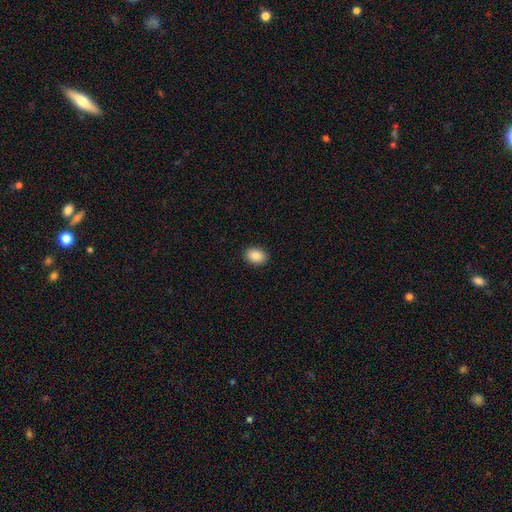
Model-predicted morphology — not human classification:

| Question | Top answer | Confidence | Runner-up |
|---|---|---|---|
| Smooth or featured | smooth | 86% | star or artifact (8%) |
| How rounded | in between | 67% | round (32%) |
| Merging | none | 91% | minor disturbance (7%) |